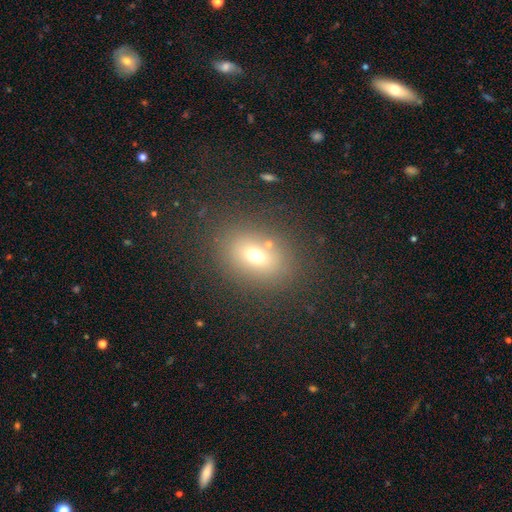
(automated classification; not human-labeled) Smooth or featured: smooth — 67% (star or artifact — 18%)
How rounded: in between — 54% (round — 44%)
Merging: none — 79% (minor disturbance — 10%)